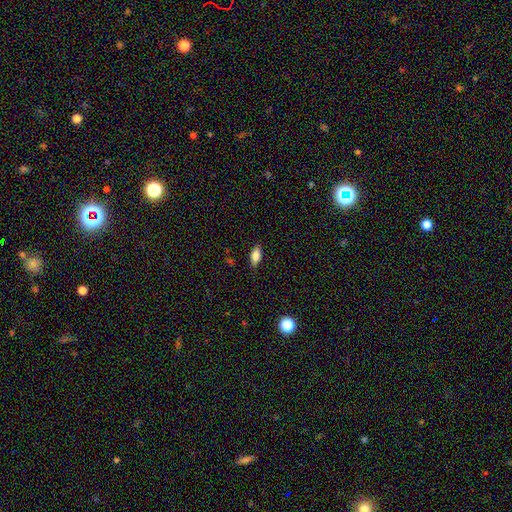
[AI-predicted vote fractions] Q: Smooth or featured?
A: smooth (78%); runner-up: featured or disk (14%)
Q: How rounded?
A: in between (84%); runner-up: cigar-shaped (11%)
Q: Merging?
A: none (82%); runner-up: minor disturbance (14%)